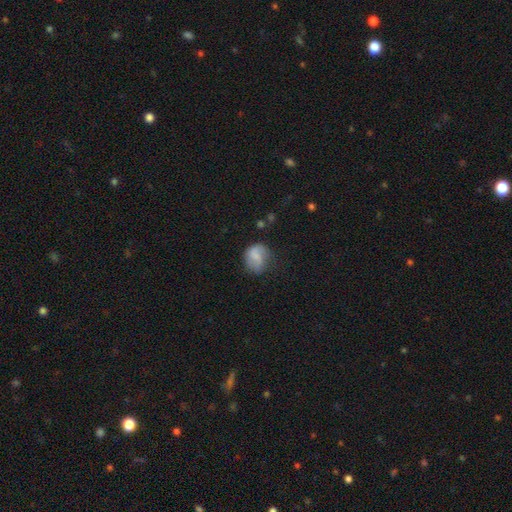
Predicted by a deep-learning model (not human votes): A smooth galaxy with no disk features (65%) that is round (54%).

Vote fractions:
- Smooth or featured? smooth: 65% / featured or disk: 27% / star or artifact: 9%
- How rounded? round: 54% / in between: 45% / cigar-shaped: 1%
- Merging? none: 50% / minor disturbance: 31% / major disturbance: 16% / merger: 3%